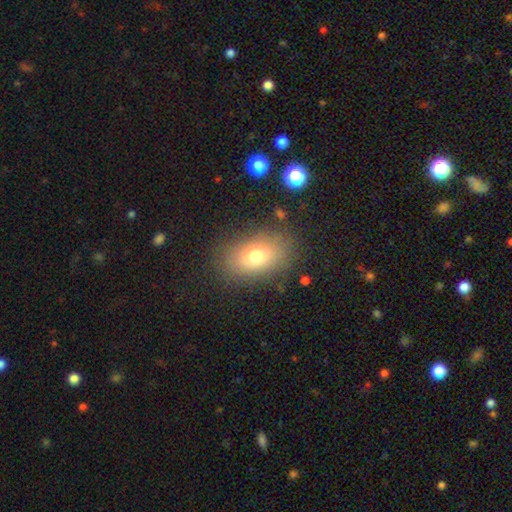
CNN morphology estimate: This is likely a smooth galaxy (74%). How rounded: clearly in between (84%). Merging: clearly none (83%).